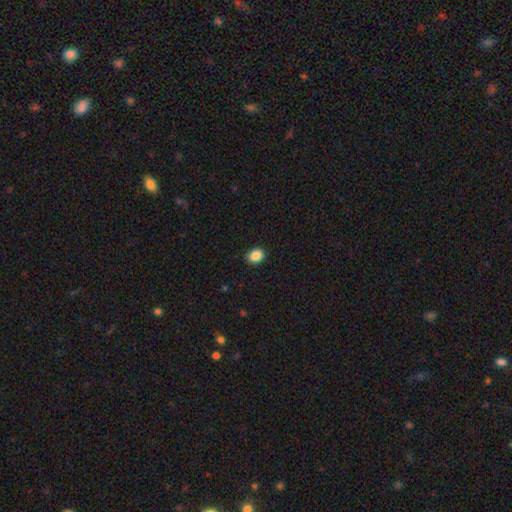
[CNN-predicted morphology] smooth 88%, star or artifact 9%, featured or disk 3%. Down the decision tree: how rounded — in between (56%); merging — none (90%).